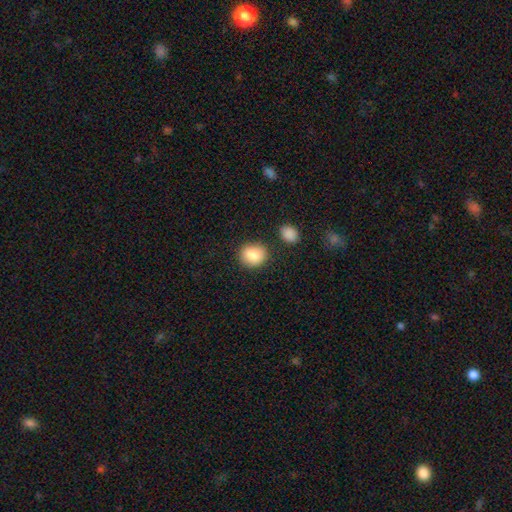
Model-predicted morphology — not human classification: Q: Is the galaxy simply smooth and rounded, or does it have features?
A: smooth — 88%.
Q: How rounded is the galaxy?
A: round — 70%.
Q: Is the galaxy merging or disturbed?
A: none — 80%.